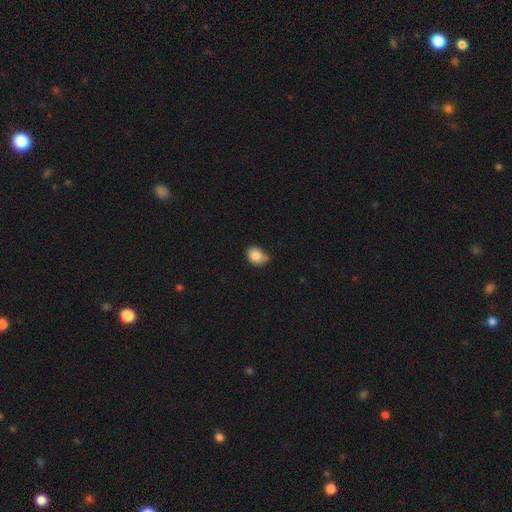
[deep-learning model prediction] This is clearly a smooth galaxy (85%). How rounded: possibly round (52%). Merging: possibly none (49%).